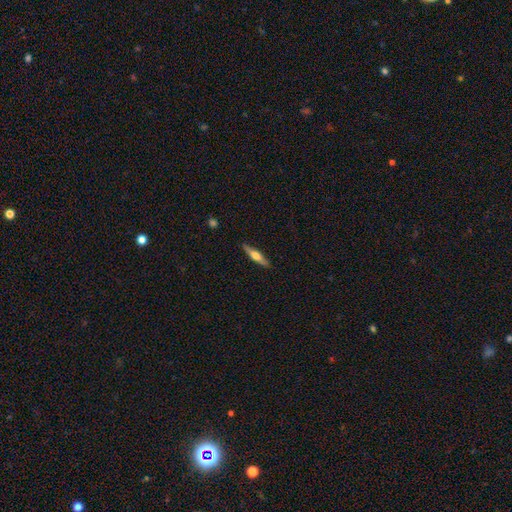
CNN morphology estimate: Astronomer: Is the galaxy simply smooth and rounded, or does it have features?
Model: featured or disk — 54% (runner-up: smooth, 40%).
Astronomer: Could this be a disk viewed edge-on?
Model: yes — 94%.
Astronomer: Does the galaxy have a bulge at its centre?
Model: rounded — 90%.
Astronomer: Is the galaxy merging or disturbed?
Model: none — 89%.